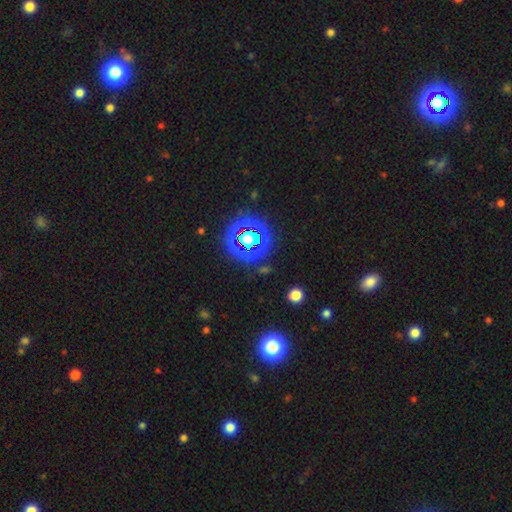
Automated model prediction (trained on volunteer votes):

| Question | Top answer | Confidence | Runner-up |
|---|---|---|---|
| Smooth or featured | star or artifact | 79% | smooth (14%) |